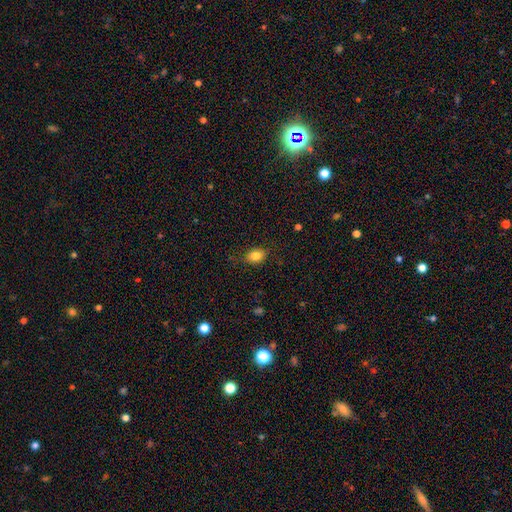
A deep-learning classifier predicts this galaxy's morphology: smooth_or_featured: smooth (p=0.83) [alt: star or artifact p=0.10]
how_rounded: in between (p=0.73) [alt: round p=0.26]
merging: none (p=0.84) [alt: minor disturbance p=0.12]